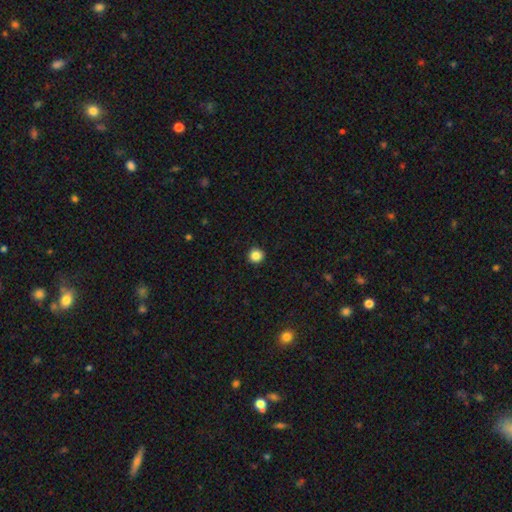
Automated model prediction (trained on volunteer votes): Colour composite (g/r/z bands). It shows a smooth galaxy with no disk features (86%) that is round (95%). Merging: none (93%).